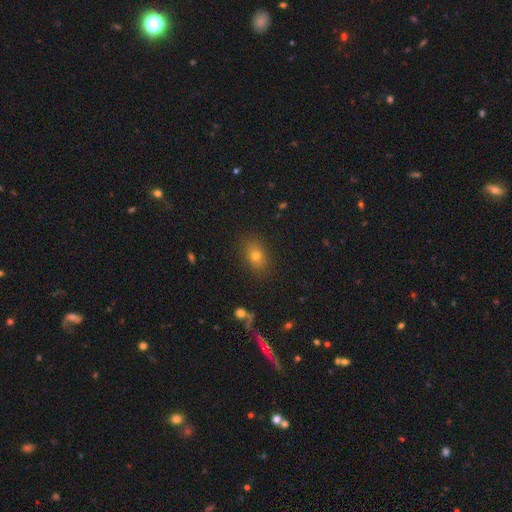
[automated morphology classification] A smooth galaxy with no disk features (71%) that is in between round and cigar-shaped (66%). Merging: none (85%).